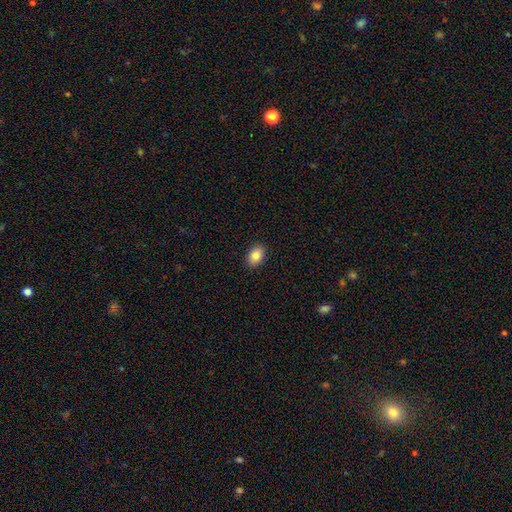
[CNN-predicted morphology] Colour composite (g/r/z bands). It shows a smooth galaxy with no disk features (85%) that is in between round and cigar-shaped (83%). Merging: none (91%).